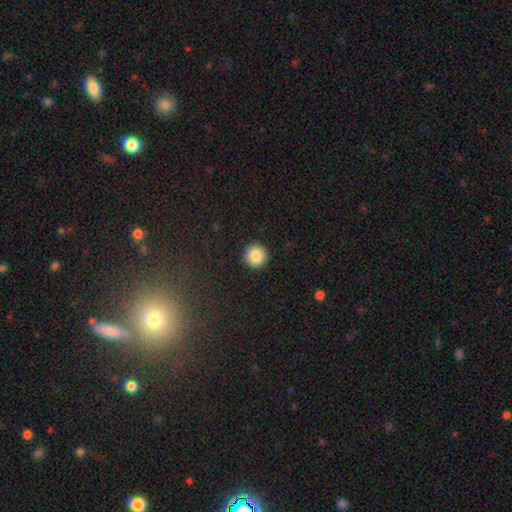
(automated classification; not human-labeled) smooth_or_featured: smooth (p=0.86) [alt: star or artifact p=0.09]
how_rounded: round (p=0.96) [alt: in between p=0.03]
merging: none (p=0.93) [alt: minor disturbance p=0.04]